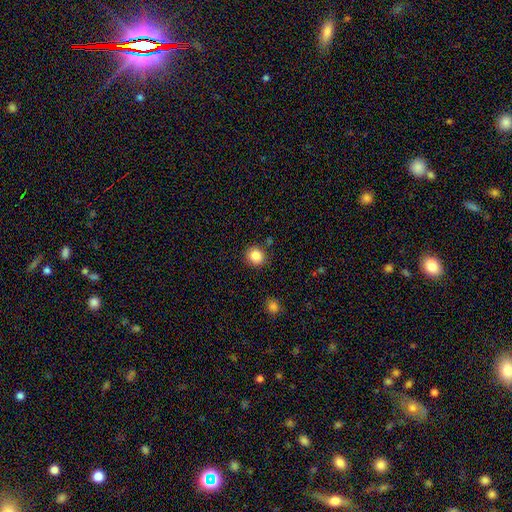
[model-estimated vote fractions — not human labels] Morphology: type=smooth (85%); roundness=round (83%); merging=none (87%).